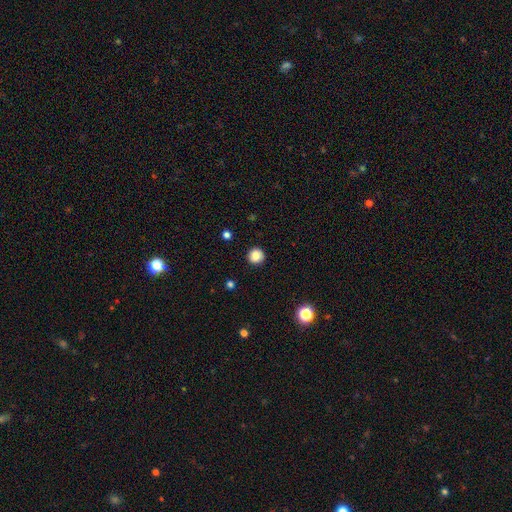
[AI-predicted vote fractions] This is clearly a smooth galaxy (85%). How rounded: clearly round (94%). Merging: clearly none (91%).